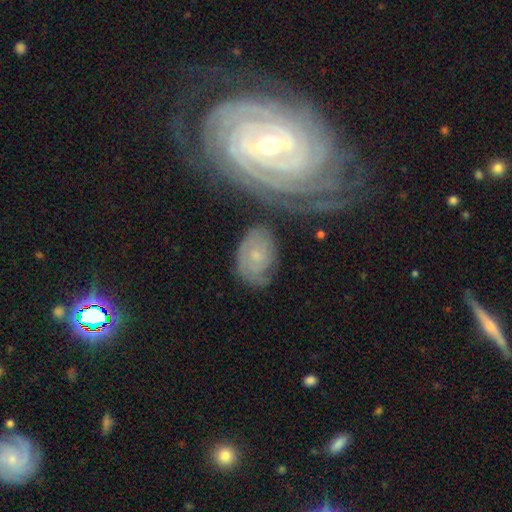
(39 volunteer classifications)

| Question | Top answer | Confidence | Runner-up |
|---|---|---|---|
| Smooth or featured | featured or disk | 90% | star or artifact (8%) |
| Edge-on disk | no | 97% | yes (3%) |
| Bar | no | 50% | weak (38%) |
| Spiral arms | yes | 91% | no (9%) |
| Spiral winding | tight | 81% | medium (16%) |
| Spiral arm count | can't tell | 35% | 2 (26%) |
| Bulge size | moderate | 56% | small (41%) |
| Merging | none | 50% | minor disturbance (25%) |